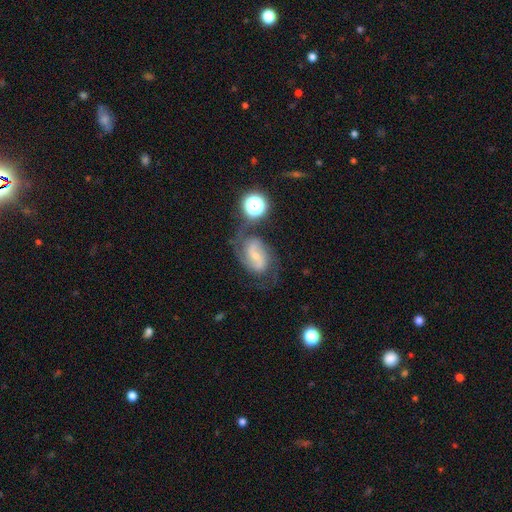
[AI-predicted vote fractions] A featured or disk galaxy (75%) with a weak bar (45%), 2 (79%) medium (49%) spiral arms (92%) and a small central bulge (66%).

Vote fractions:
- Smooth or featured? featured or disk: 75% / smooth: 15% / star or artifact: 10%
- Edge-on disk? no: 96% / yes: 4%
- Bar? weak: 45% / no: 34% / strong: 21%
- Spiral arms? yes: 92% / no: 8%
- Spiral winding? medium: 49% / loose: 27% / tight: 24%
- Spiral arm count? 2: 79% / can't tell: 11% / 3: 4% / 1: 3% / 4: 1% / more than 4: 1%
- Bulge size? small: 66% / moderate: 28% / none: 3% / large: 2% / dominant: 1%
- Merging? none: 55% / minor disturbance: 21% / major disturbance: 15% / merger: 8%